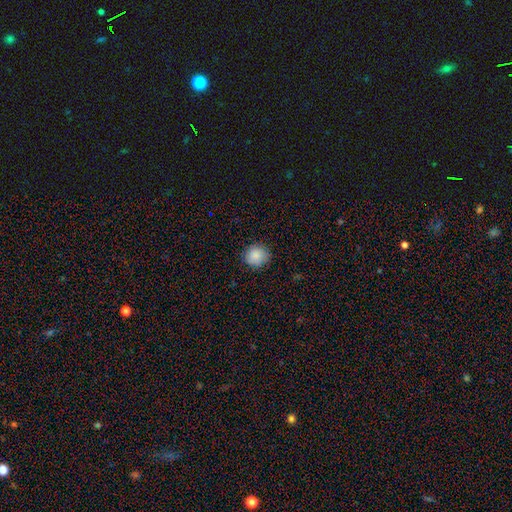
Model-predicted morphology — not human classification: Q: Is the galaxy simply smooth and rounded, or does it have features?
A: smooth — 88%.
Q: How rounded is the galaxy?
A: round — 87%.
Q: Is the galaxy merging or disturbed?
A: none — 87%.